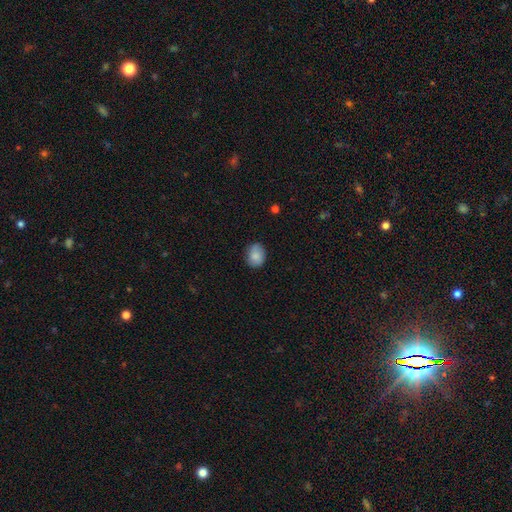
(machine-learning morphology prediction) The model was most divided on "how rounded": in between: 52%, round: 47%, cigar-shaped: 1%. More confident: smooth or featured — smooth (84%); merging — none (77%).